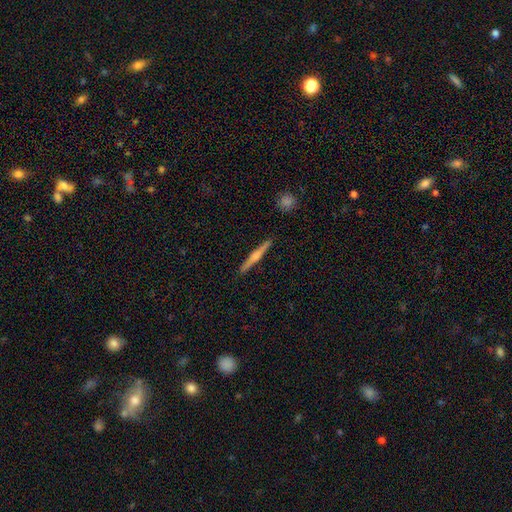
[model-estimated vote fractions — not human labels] smooth-or-featured: featured or disk: 70% | smooth: 24% | star or artifact: 6%
  disk-edge-on: yes: 98% | no: 2%
    edge-on-bulge: rounded: 81% | boxy: 10% | none: 9%
  merging: none: 92% | minor disturbance: 5% | major disturbance: 1% | merger: 1%